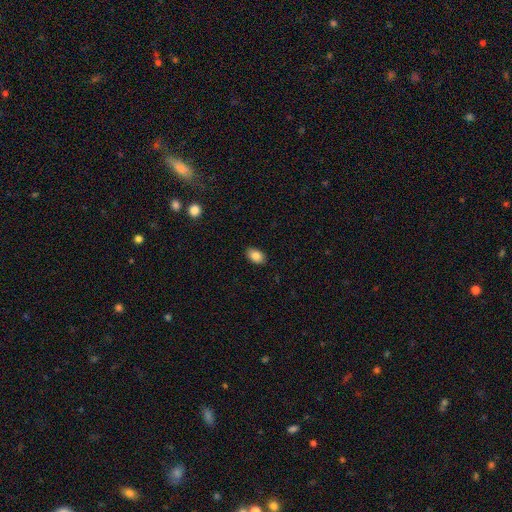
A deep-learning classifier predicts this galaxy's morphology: A smooth galaxy with no disk features (86%) that is in between round and cigar-shaped (89%).

Vote fractions:
- Smooth or featured? smooth: 86% / star or artifact: 8% / featured or disk: 6%
- How rounded? in between: 89% / round: 10% / cigar-shaped: 1%
- Merging? none: 88% / minor disturbance: 9% / major disturbance: 2% / merger: 1%